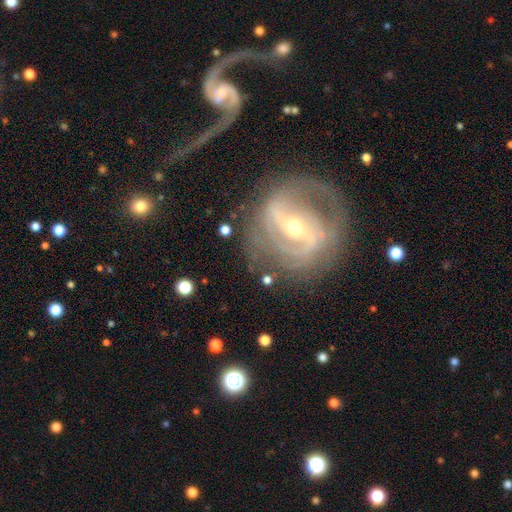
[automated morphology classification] Smooth or featured? featured or disk (86%)
Edge-on disk? no (95%)
Bar? strong (59%)
Spiral arms? yes (91%)
Spiral winding? medium (41%, tied with tight)
Spiral arm count? 2 (61%)
Bulge size? small (51%)
Merging? none (67%)